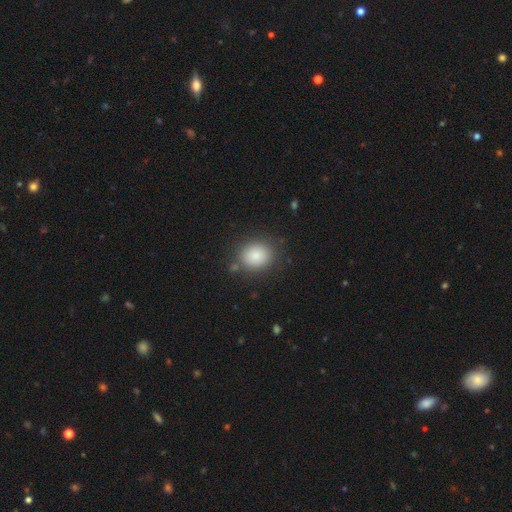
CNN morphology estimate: A smooth galaxy with no disk features (86%) that is round (65%). Merging: none (81%).